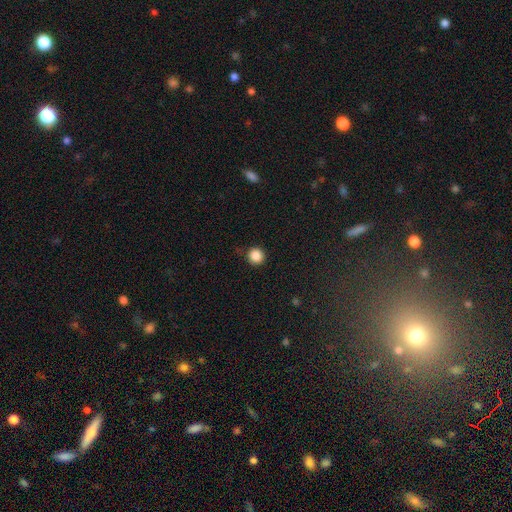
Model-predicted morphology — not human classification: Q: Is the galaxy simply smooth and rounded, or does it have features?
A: smooth — 87%.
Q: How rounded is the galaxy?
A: round — 93%.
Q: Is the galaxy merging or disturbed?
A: none — 88%.